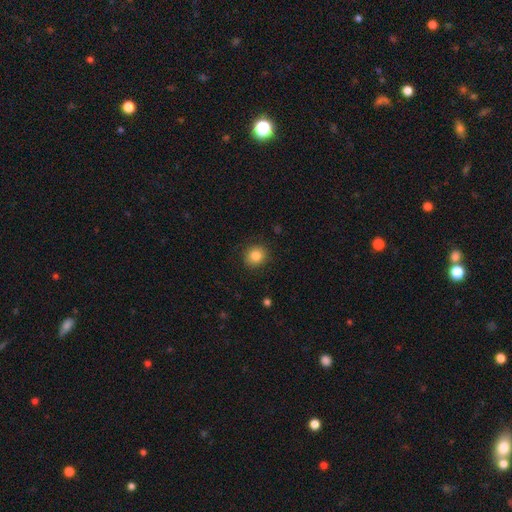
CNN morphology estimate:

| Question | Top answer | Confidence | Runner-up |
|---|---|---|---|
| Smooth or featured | smooth | 84% | star or artifact (10%) |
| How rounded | round | 84% | in between (15%) |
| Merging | none | 89% | minor disturbance (8%) |